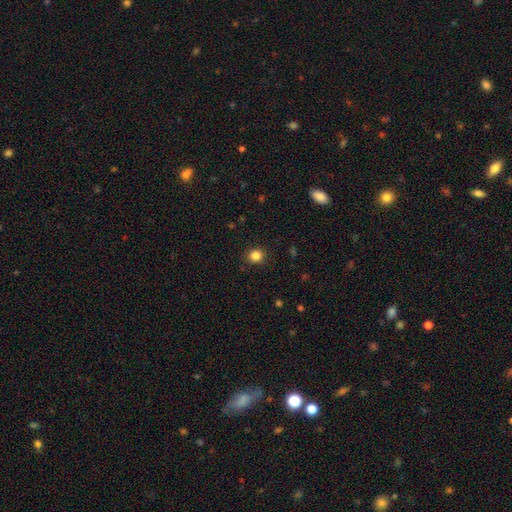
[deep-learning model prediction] Q: Smooth or featured?
A: smooth (85%); runner-up: star or artifact (11%)
Q: How rounded?
A: round (80%); runner-up: in between (19%)
Q: Merging?
A: none (89%); runner-up: minor disturbance (7%)